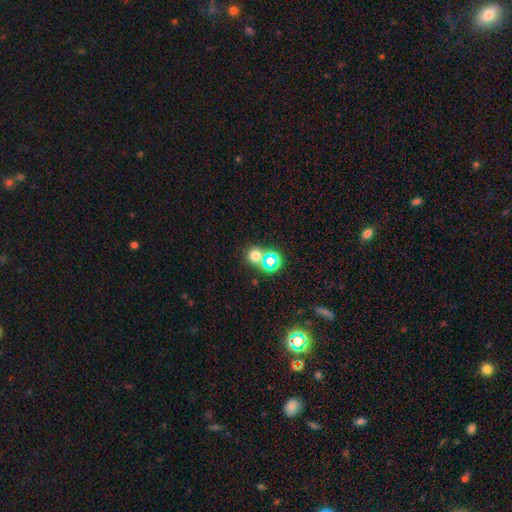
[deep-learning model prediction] The model was most divided on "smooth or featured": smooth: 61%, star or artifact: 30%, featured or disk: 8%. More confident: how rounded — round (82%); merging — none (63%).